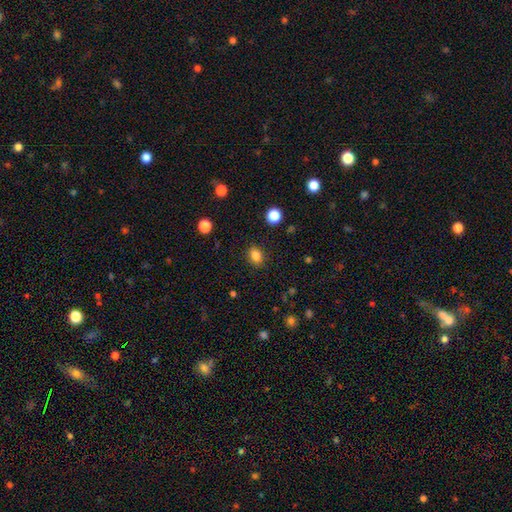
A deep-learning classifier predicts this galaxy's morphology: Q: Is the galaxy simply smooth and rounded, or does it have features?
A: smooth — 84%.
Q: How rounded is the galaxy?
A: in between — 61%.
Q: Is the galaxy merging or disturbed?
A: none — 87%.